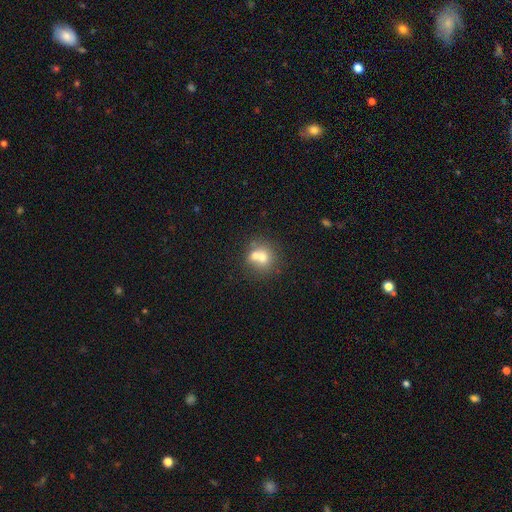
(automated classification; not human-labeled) Smooth or featured? Predicted: smooth (p=0.65). How rounded? Predicted: round (p=0.79). Merging? Predicted: merger (p=0.51).